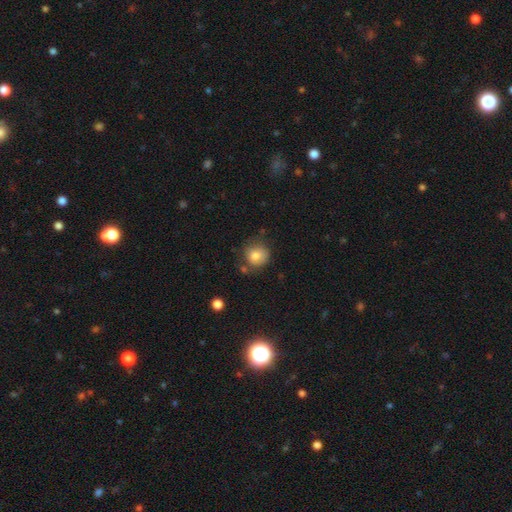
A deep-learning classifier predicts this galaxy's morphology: Smooth or featured? Predicted: smooth (p=0.81). How rounded? Predicted: round (p=0.87). Merging? Predicted: none (p=0.66).